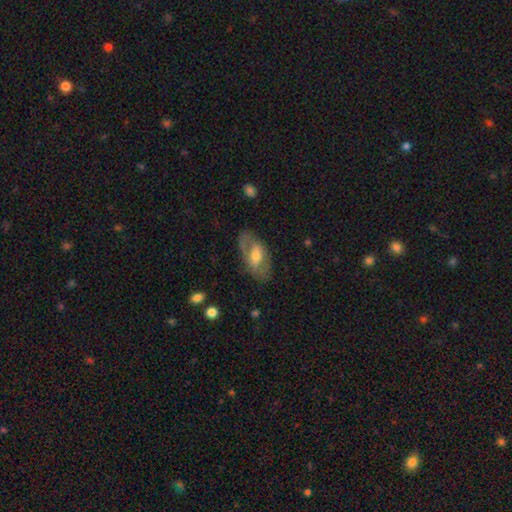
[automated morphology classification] smooth-or-featured: featured or disk: 58% | smooth: 35% | star or artifact: 7%
  disk-edge-on: no: 88% | yes: 12%
    bar: weak: 39% (tied) | no: 39% (tied) | strong: 22%
    has-spiral-arms: yes: 51% | no: 49%
    bulge-size: moderate: 62% | small: 26% | large: 9% | none: 2% | dominant: 1%
  merging: none: 71% | minor disturbance: 19% | major disturbance: 9% | merger: 2%